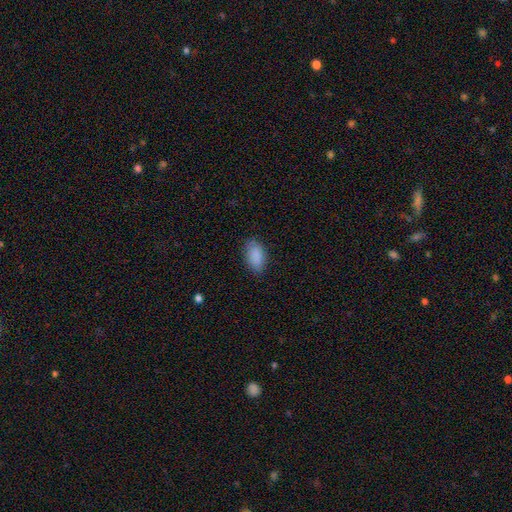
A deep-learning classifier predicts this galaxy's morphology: type=smooth (88%); roundness=in between (92%); merging=none (81%).